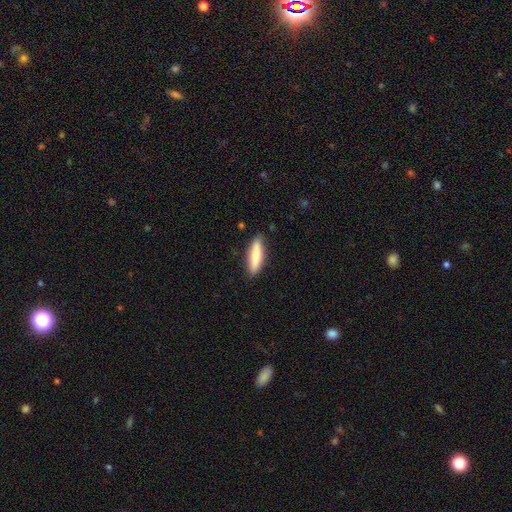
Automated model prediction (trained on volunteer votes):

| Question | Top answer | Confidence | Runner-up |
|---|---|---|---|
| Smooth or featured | smooth | 75% | featured or disk (19%) |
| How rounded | cigar-shaped | 63% | in between (35%) |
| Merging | none | 86% | minor disturbance (11%) |